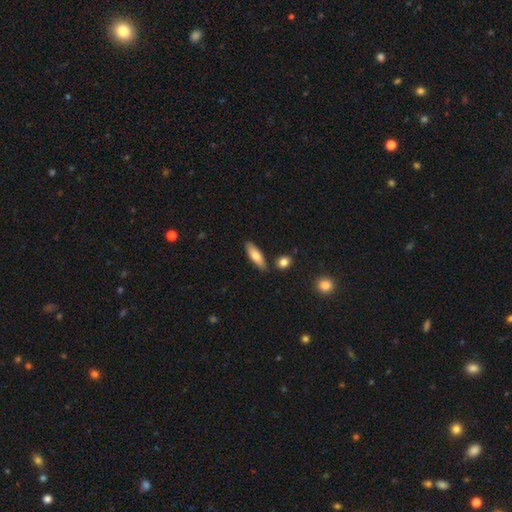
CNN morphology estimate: type=smooth (72%); roundness=in between (52%); merging=none (81%).